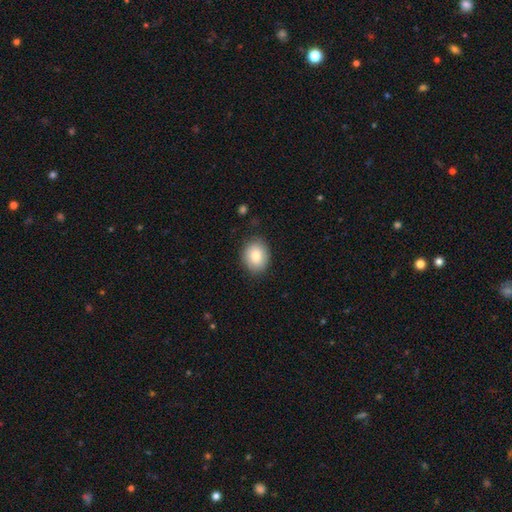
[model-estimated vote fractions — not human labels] A smooth galaxy with no disk features (83%) that is round (54%). Merging: none (84%).